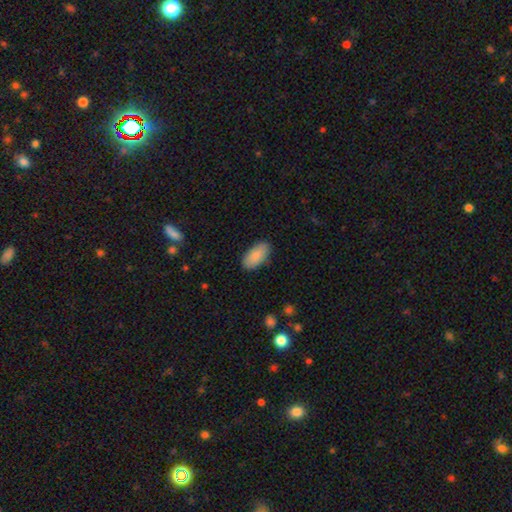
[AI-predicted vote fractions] Smooth or featured? Predicted: smooth (p=0.89). How rounded? Predicted: in between (p=0.94). Merging? Predicted: none (p=0.87).